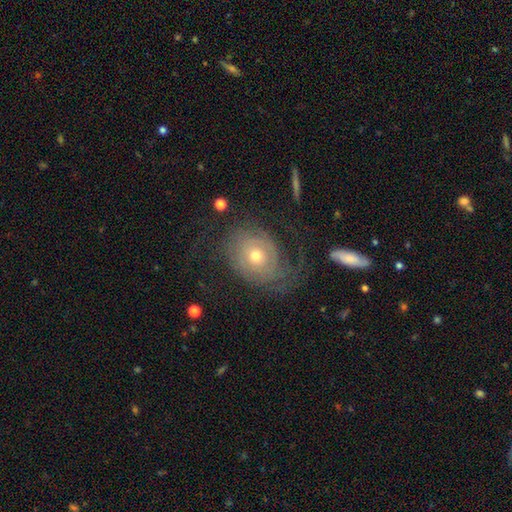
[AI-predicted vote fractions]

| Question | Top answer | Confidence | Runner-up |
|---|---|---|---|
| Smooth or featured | featured or disk | 63% | smooth (26%) |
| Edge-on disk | no | 95% | yes (5%) |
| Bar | no | 82% | weak (15%) |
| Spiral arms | yes | 75% | no (25%) |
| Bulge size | moderate | 57% | small (38%) |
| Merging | none | 56% | major disturbance (23%) |